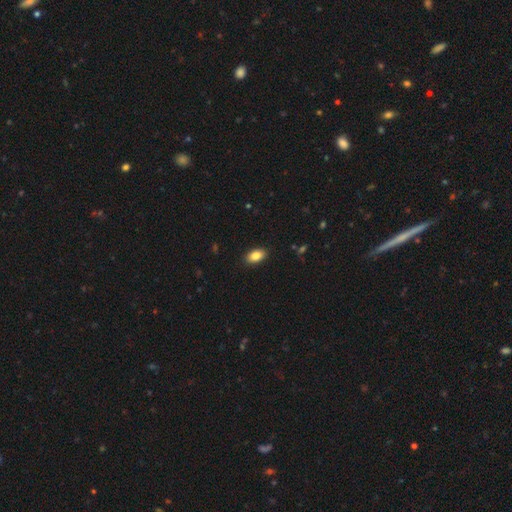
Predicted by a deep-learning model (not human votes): smooth-or-featured: smooth: 85% | star or artifact: 8% | featured or disk: 7%
  how-rounded: in between: 91% | round: 6% | cigar-shaped: 2%
  merging: none: 89% | minor disturbance: 8% | major disturbance: 2% | merger: 1%